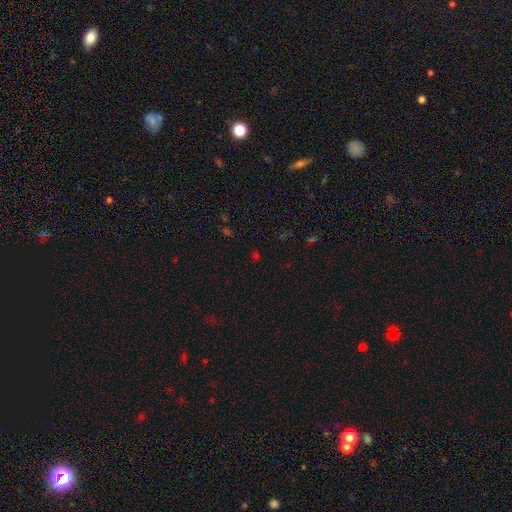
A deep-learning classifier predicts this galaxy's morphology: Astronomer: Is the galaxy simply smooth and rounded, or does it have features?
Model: star or artifact — 54% (runner-up: smooth, 39%).